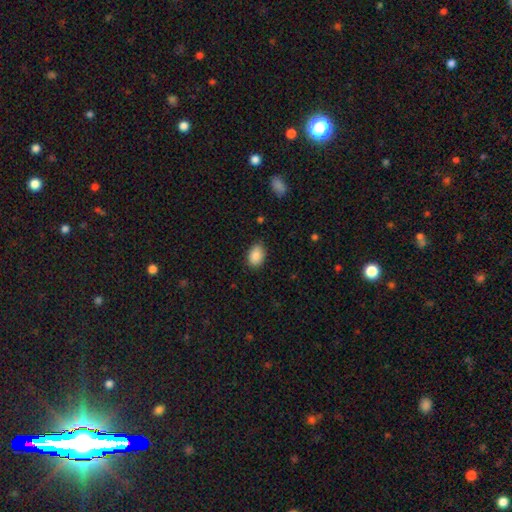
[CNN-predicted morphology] Overall: smooth (89%). How rounded: in between (83%). Merging: none (85%).